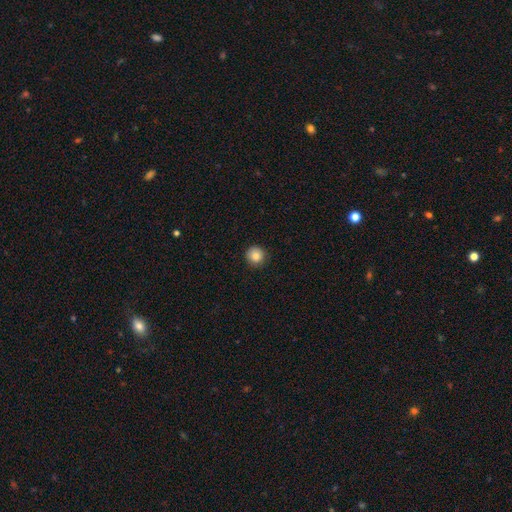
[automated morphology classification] Smooth or featured?
  - smooth: 85% *
  - star or artifact: 10%
  - featured or disk: 5%
How rounded?
  - round: 95% *
  - in between: 4%
  - cigar-shaped: 1%
Merging?
  - none: 91% *
  - minor disturbance: 6%
  - major disturbance: 2%
  - merger: 1%